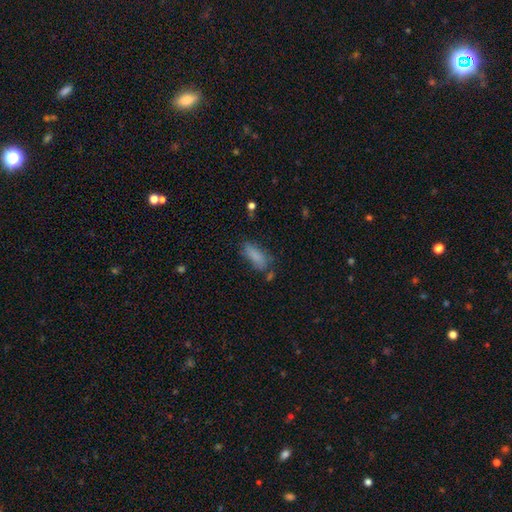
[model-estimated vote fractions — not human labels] smooth 79%, featured or disk 12%, star or artifact 10%. Down the decision tree: how rounded — in between (70%); merging — none (57%).